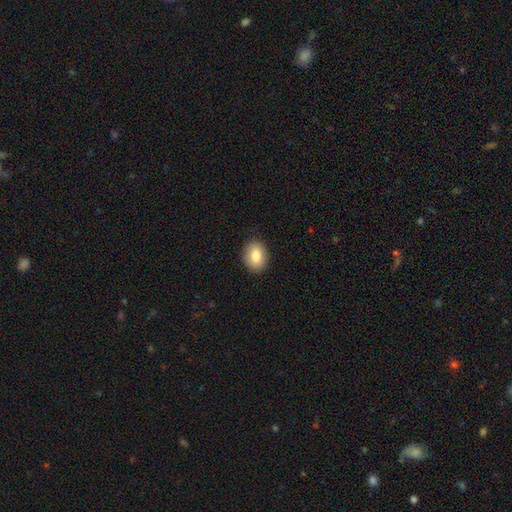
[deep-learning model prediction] Overall: smooth (84%). How rounded: in between (68%; round 31%). Merging: none (89%).